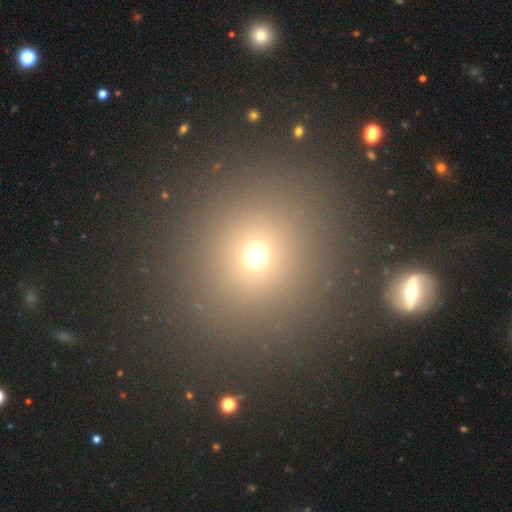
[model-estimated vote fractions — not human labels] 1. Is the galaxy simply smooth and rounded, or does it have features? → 66% smooth, 25% star or artifact, 9% featured or disk.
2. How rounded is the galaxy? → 90% round, 9% in between, 1% cigar-shaped.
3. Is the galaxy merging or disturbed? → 83% none, 7% minor disturbance, 6% merger, 4% major disturbance.